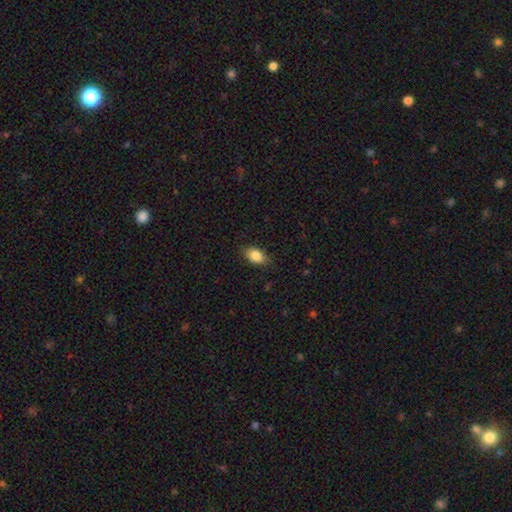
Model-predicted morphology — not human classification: Q: Smooth or featured?
A: smooth (86%); runner-up: star or artifact (7%)
Q: How rounded?
A: in between (89%); runner-up: round (8%)
Q: Merging?
A: none (85%); runner-up: minor disturbance (12%)